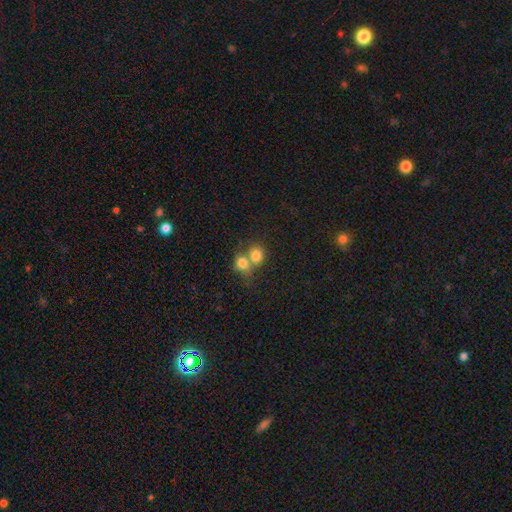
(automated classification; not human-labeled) A smooth galaxy with no disk features (78%) that is round (74%). Merging: merger (65%).